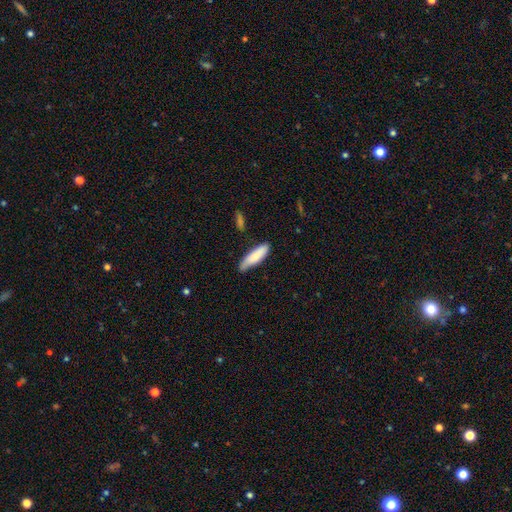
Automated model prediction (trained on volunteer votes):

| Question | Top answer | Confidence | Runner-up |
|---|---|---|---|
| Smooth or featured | smooth | 82% | featured or disk (13%) |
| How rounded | cigar-shaped | 59% | in between (39%) |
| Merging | none | 68% | minor disturbance (25%) |